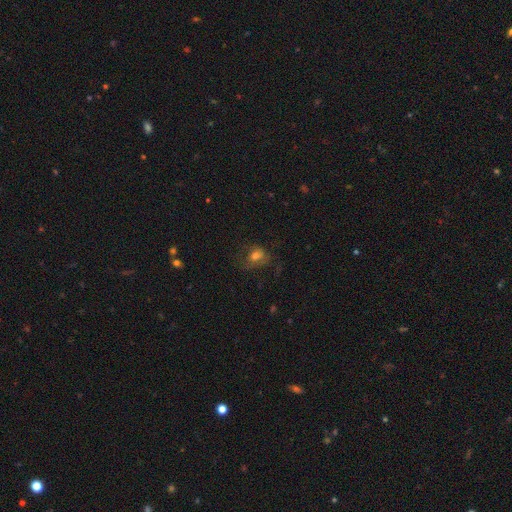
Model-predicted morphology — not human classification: Smooth or featured? Predicted: smooth (p=0.59). How rounded? Predicted: in between (p=0.55). Merging? Predicted: none (p=0.48).